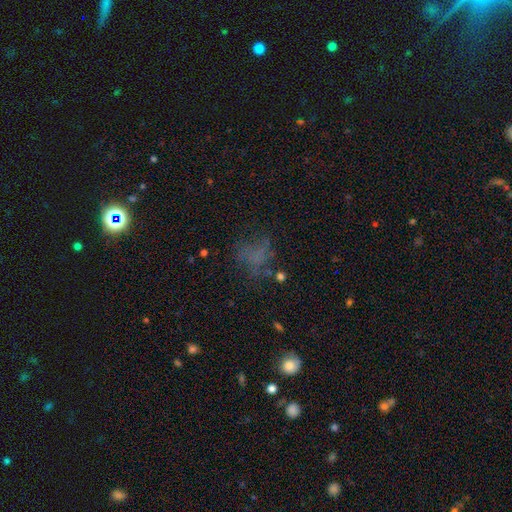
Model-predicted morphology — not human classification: Smooth or featured?
  - smooth: 46% *
  - featured or disk: 27%
  - star or artifact: 27%
Merging?
  - none: 49% *
  - major disturbance: 27%
  - minor disturbance: 20%
  - merger: 4%